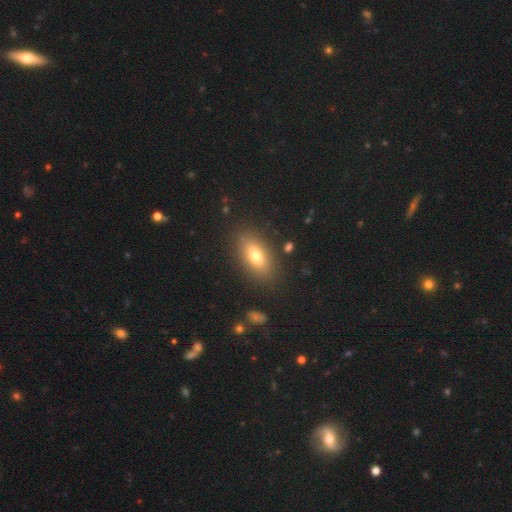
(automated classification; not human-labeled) A smooth galaxy with no disk features (74%) that is in between round and cigar-shaped (85%). Merging: none (85%).